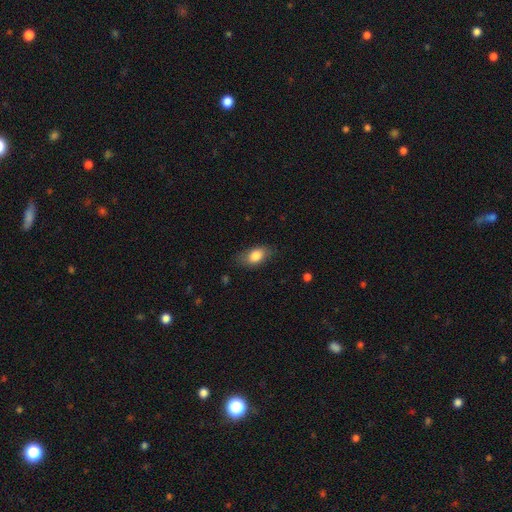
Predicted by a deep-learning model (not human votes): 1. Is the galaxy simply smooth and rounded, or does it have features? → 82% smooth, 11% featured or disk, 7% star or artifact.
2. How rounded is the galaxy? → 88% in between, 8% round, 4% cigar-shaped.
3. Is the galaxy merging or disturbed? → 73% none, 20% minor disturbance, 6% major disturbance, 1% merger.